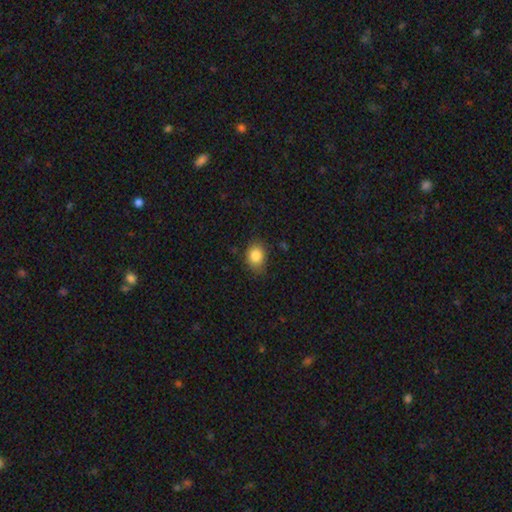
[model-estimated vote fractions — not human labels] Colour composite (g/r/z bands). It shows a smooth galaxy with no disk features (85%) that is in between round and cigar-shaped (58%). Merging: none (77%).